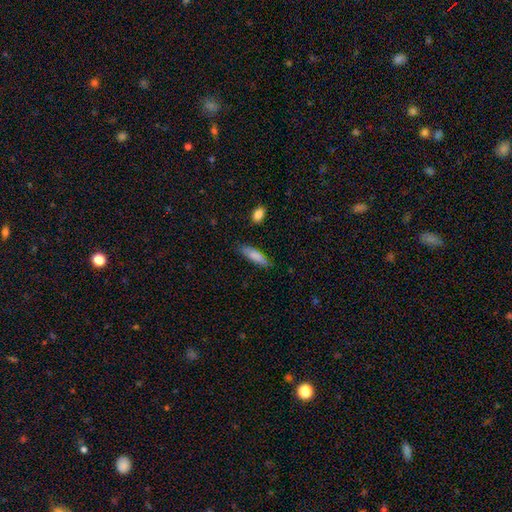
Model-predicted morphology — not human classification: smooth 84%, featured or disk 10%, star or artifact 6%. Down the decision tree: how rounded — cigar-shaped (54%); merging — none (77%).